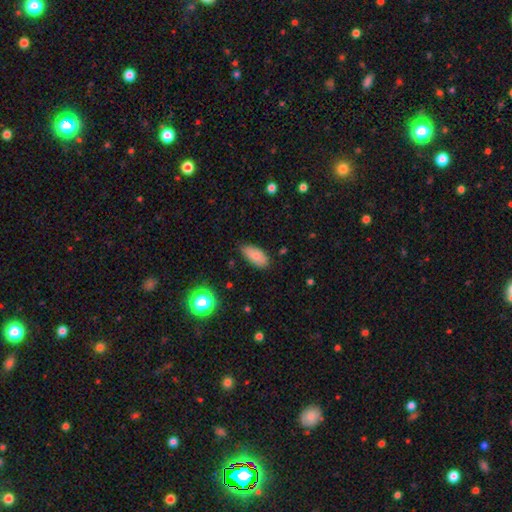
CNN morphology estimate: A smooth galaxy with no disk features (81%) that is in between round and cigar-shaped (90%). Merging: none (76%).